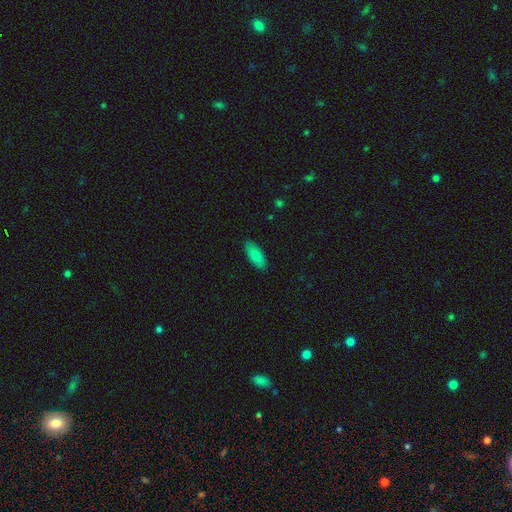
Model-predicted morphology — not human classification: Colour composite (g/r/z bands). It shows a smooth galaxy with no disk features (85%) that is in between round and cigar-shaped (81%). Merging: none (88%).